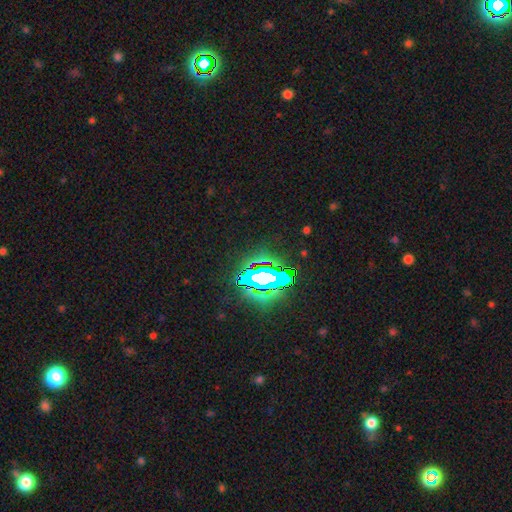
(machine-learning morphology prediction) Overall: star or artifact (78%).